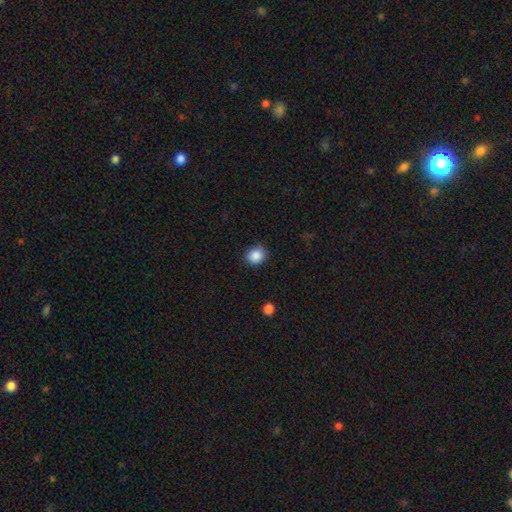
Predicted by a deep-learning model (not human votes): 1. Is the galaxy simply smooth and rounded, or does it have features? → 88% smooth, 9% star or artifact, 3% featured or disk.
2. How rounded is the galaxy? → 77% round, 22% in between, 1% cigar-shaped.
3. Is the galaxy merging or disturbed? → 86% none, 10% minor disturbance, 3% major disturbance, 1% merger.